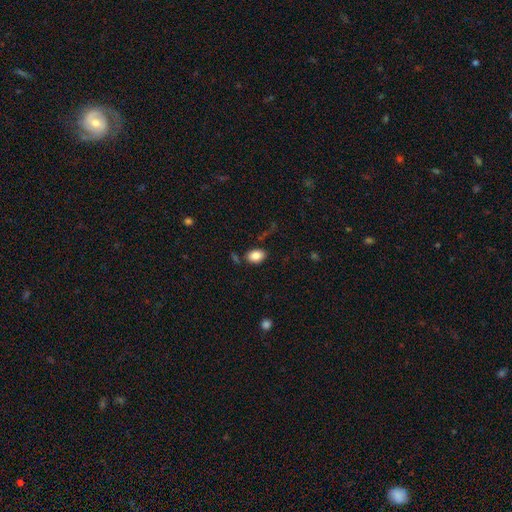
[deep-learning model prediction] Smooth or featured: smooth — 85% (star or artifact — 8%)
How rounded: in between — 82% (round — 17%)
Merging: none — 79% (minor disturbance — 13%)